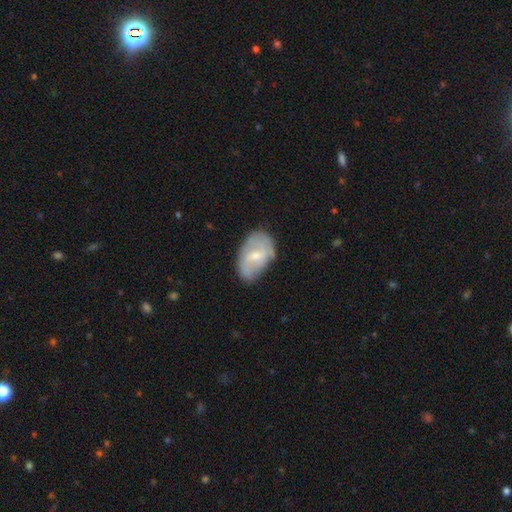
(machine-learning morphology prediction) featured or disk 49%, smooth 45%, star or artifact 7%. Down the decision tree: merging — none (60%).